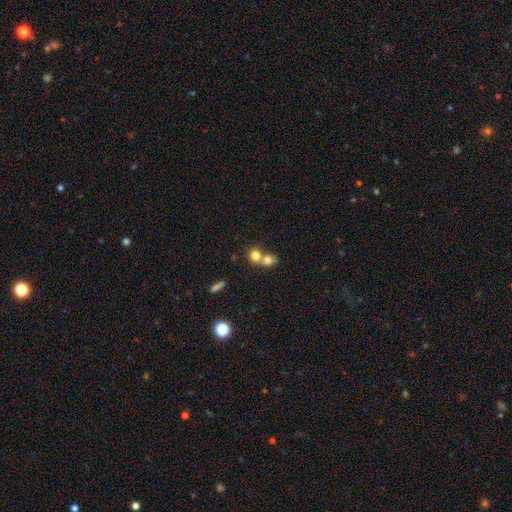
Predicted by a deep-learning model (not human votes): This is likely a smooth galaxy (77%). How rounded: likely round (69%). Merging: likely merger (64%).